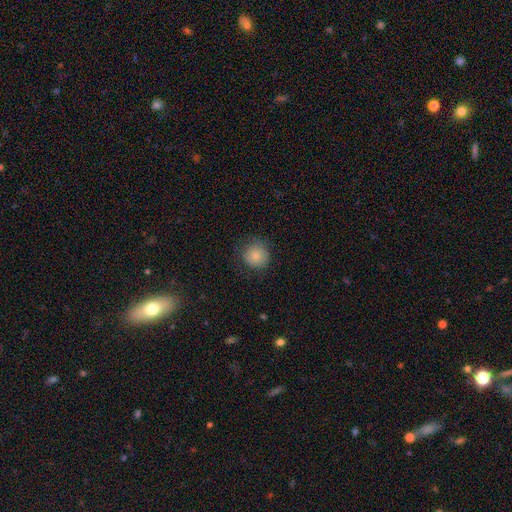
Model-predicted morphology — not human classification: This is clearly a smooth galaxy (83%). How rounded: clearly round (92%). Merging: clearly none (80%).